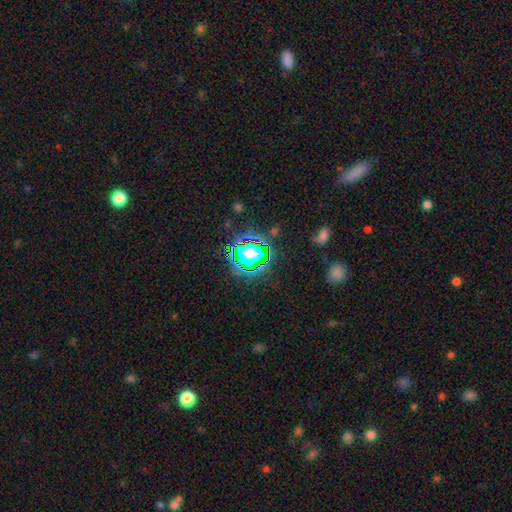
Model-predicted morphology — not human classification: A star or artifact, not a galaxy (62%).

Vote fractions:
- Smooth or featured? star or artifact: 62% / smooth: 25% / featured or disk: 13%